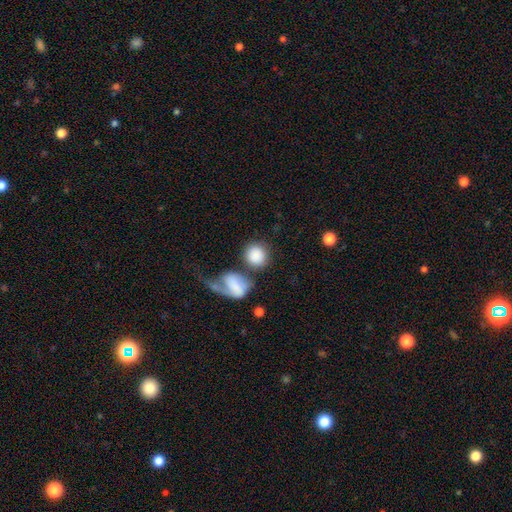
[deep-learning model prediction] Smooth or featured? smooth (84%)
How rounded? round (79%)
Merging? none (43%)